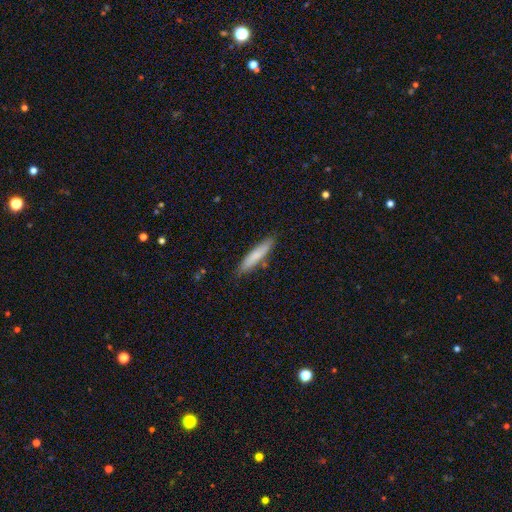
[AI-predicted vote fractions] The model was most divided on "smooth or featured": smooth: 77%, featured or disk: 17%, star or artifact: 6%. More confident: how rounded — cigar-shaped (87%); merging — none (84%).